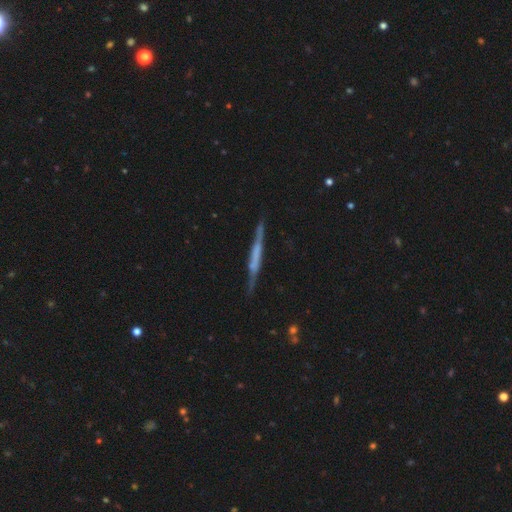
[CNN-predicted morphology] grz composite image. It shows a featured or disk galaxy (63%) viewed edge-on (95%) with no central bulge (60%). Merging: none (80%).